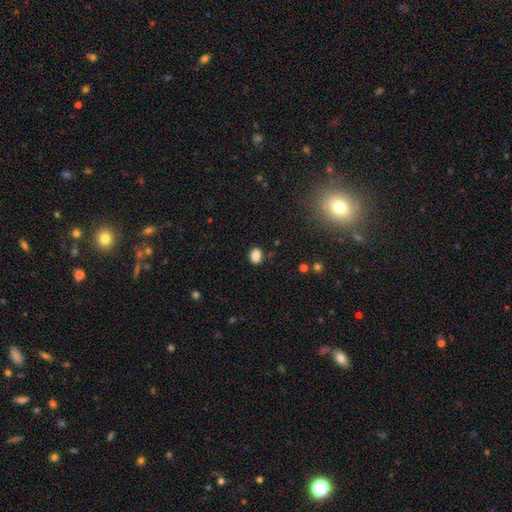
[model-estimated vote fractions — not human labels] Smooth or featured? Predicted: smooth (p=0.86). How rounded? Predicted: in between (p=0.68). Merging? Predicted: none (p=0.86).